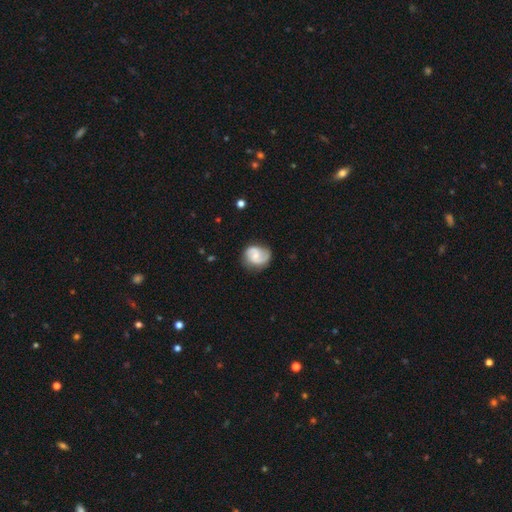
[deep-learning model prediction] smooth-or-featured: featured or disk: 67% | smooth: 26% | star or artifact: 7%
  disk-edge-on: no: 98% | yes: 2%
    bar: no: 55% | weak: 38% | strong: 7%
    has-spiral-arms: yes: 92% | no: 8%
      spiral-winding: medium: 45% | loose: 29% | tight: 26%
      spiral-arm-count: 2: 77% | 1: 11% | can't tell: 8% | 3: 2% | 4: 1% | more than 4: 1%
    bulge-size: small: 50% | moderate: 38% | none: 8% | large: 3% | dominant: 1%
  merging: none: 67% | minor disturbance: 23% | major disturbance: 8% | merger: 2%